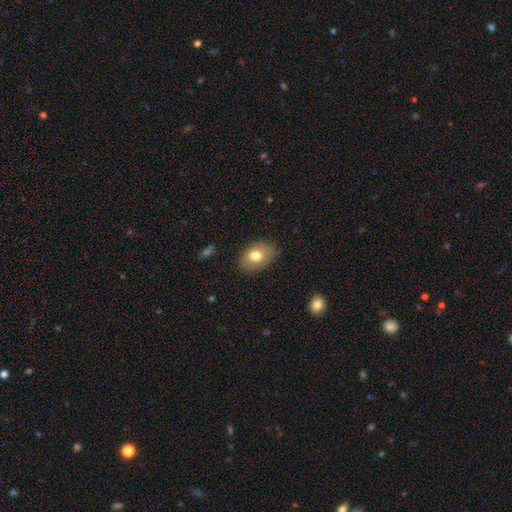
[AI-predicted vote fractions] Overall: smooth (77%). How rounded: in between (83%). Merging: none (85%).